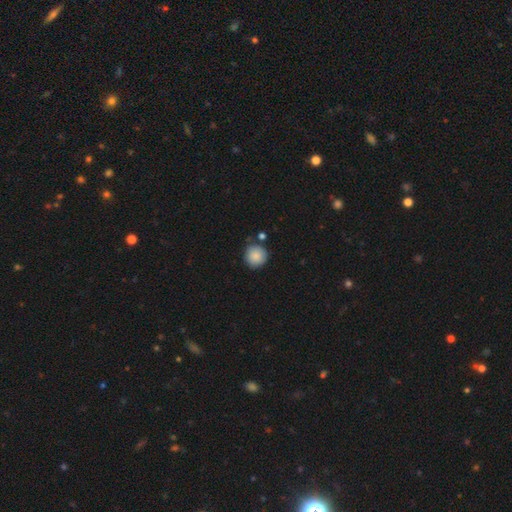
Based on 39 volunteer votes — Morphology: type=smooth (90%); roundness=round (94%); merging=none (78%).